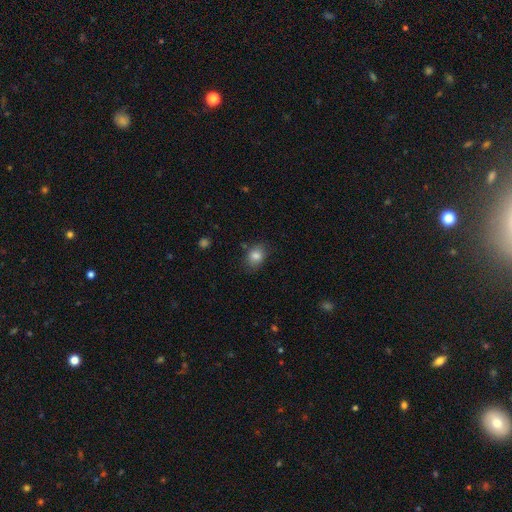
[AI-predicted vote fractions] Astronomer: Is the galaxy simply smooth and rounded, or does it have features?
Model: smooth — 83%.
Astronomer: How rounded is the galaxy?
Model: in between — 60% (runner-up: round, 39%).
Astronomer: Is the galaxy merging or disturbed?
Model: none — 77%.